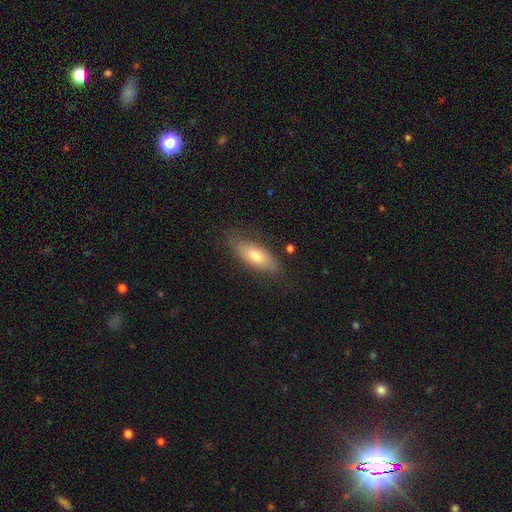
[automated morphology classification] smooth-or-featured: smooth: 65% | featured or disk: 26% | star or artifact: 9%
  how-rounded: in between: 66% | cigar-shaped: 31% | round: 3%
  merging: none: 79% | minor disturbance: 16% | major disturbance: 4% | merger: 2%